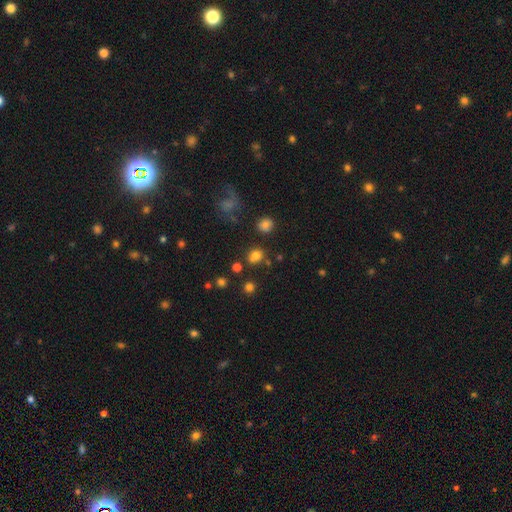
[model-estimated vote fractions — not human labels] A smooth galaxy with no disk features (75%) that is round (59%).

Vote fractions:
- Smooth or featured? smooth: 75% / star or artifact: 17% / featured or disk: 7%
- How rounded? round: 59% / in between: 40% / cigar-shaped: 1%
- Merging? none: 74% / minor disturbance: 13% / merger: 9% / major disturbance: 4%